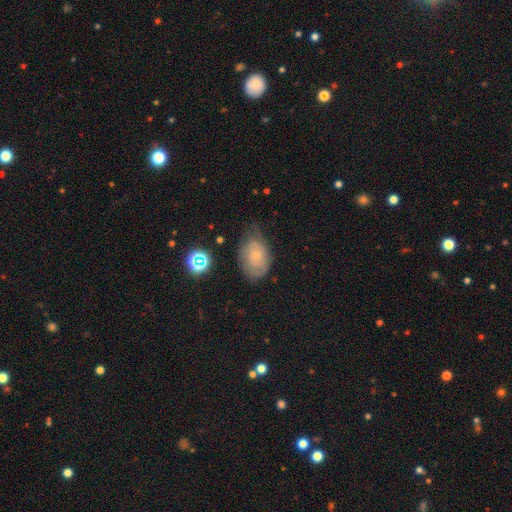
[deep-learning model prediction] A smooth galaxy with no disk features (55%) that is in between round and cigar-shaped (79%). Merging: none (45%).